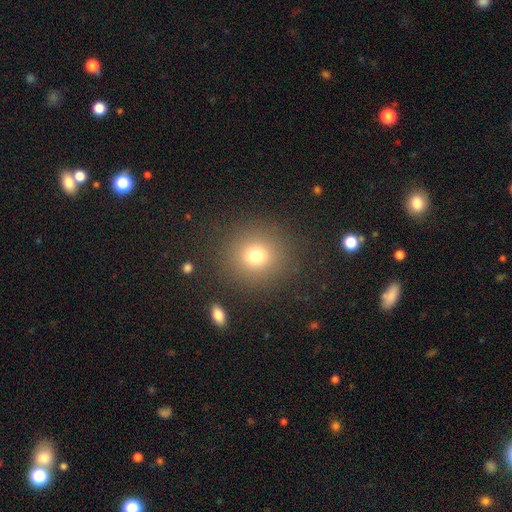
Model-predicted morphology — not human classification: A smooth galaxy with no disk features (74%) that is round (91%).

Vote fractions:
- Smooth or featured? smooth: 74% / star or artifact: 16% / featured or disk: 10%
- How rounded? round: 91% / in between: 8% / cigar-shaped: 1%
- Merging? none: 87% / minor disturbance: 7% / major disturbance: 4% / merger: 2%